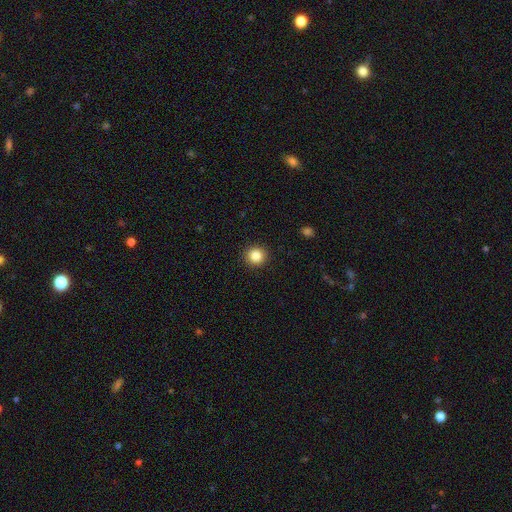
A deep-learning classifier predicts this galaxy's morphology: smooth_or_featured: smooth (p=0.86) [alt: star or artifact p=0.10]
how_rounded: round (p=0.94) [alt: in between p=0.05]
merging: none (p=0.92) [alt: minor disturbance p=0.05]